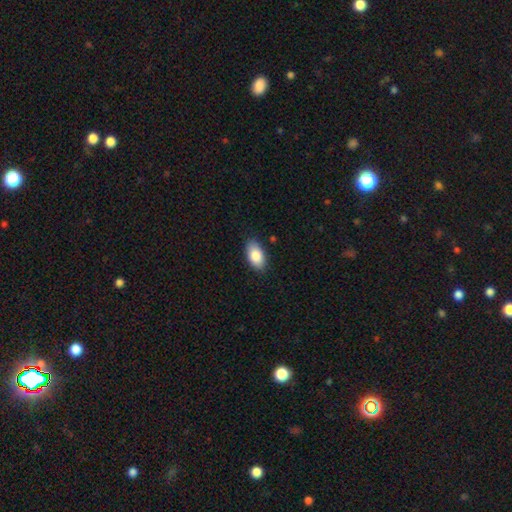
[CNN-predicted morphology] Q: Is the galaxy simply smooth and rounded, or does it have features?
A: smooth — 85%.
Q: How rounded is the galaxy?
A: in between — 94%.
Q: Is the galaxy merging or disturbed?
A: none — 86%.